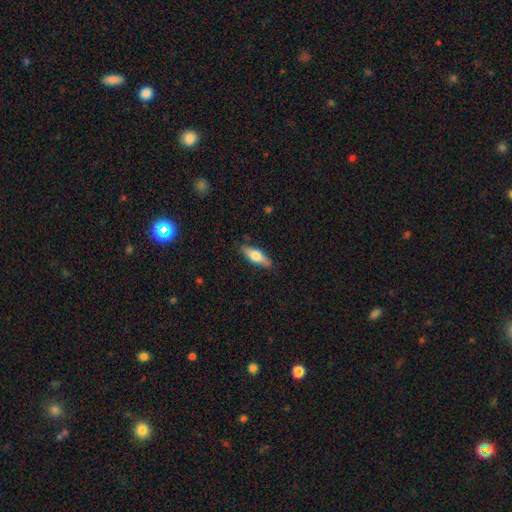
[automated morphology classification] Smooth or featured? smooth (65%)
How rounded? in between (57%)
Merging? none (84%)